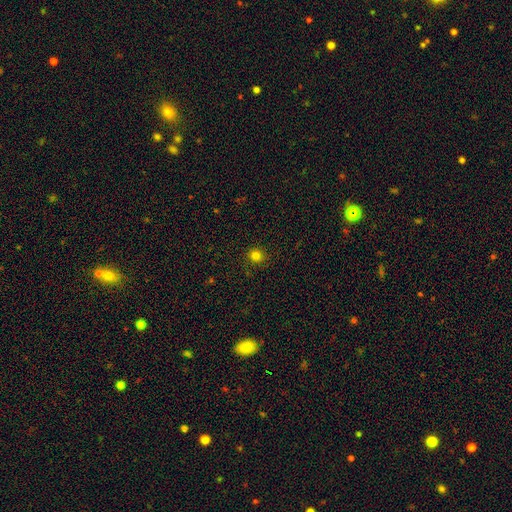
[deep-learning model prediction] A smooth galaxy with no disk features (80%) that is round (91%). Merging: none (90%).